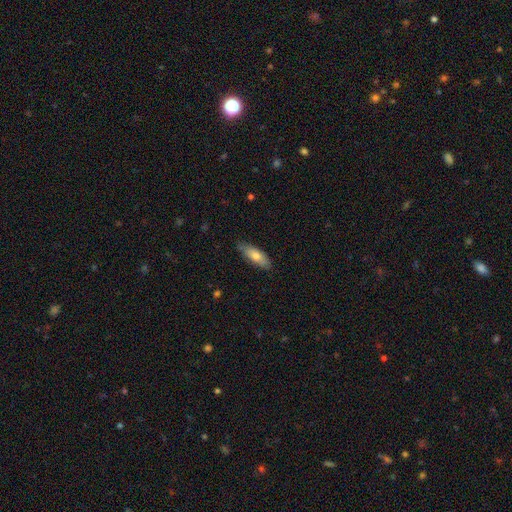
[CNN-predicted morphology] smooth-or-featured: smooth: 69% | featured or disk: 25% | star or artifact: 6%
  how-rounded: in between: 61% | cigar-shaped: 37% | round: 2%
  merging: none: 81% | minor disturbance: 16% | major disturbance: 2% | merger: 1%